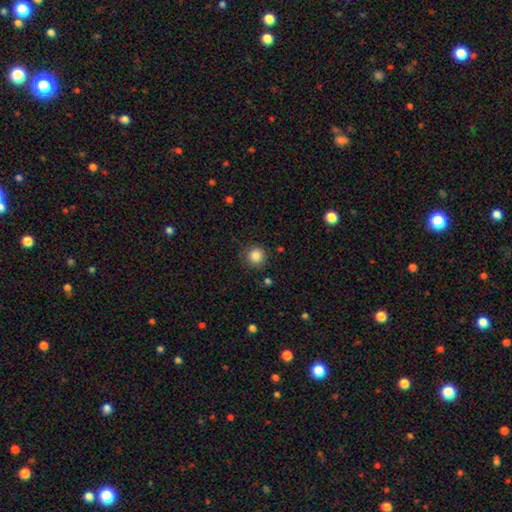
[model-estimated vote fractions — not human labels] A smooth galaxy with no disk features (85%) that is round (93%).

Vote fractions:
- Smooth or featured? smooth: 85% / star or artifact: 10% / featured or disk: 4%
- How rounded? round: 93% / in between: 6% / cigar-shaped: 1%
- Merging? none: 84% / minor disturbance: 11% / major disturbance: 3% / merger: 2%